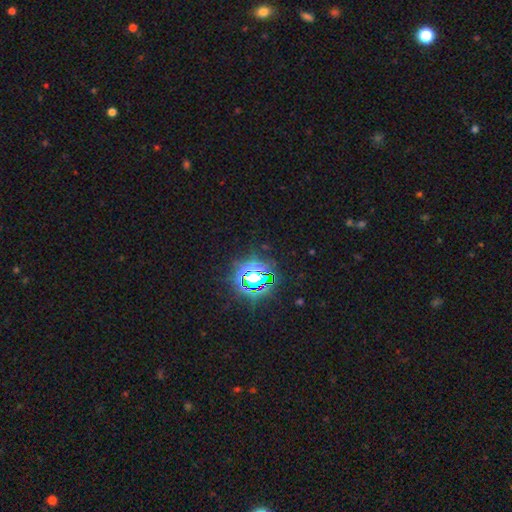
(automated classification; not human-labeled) Overall: star or artifact (83%).